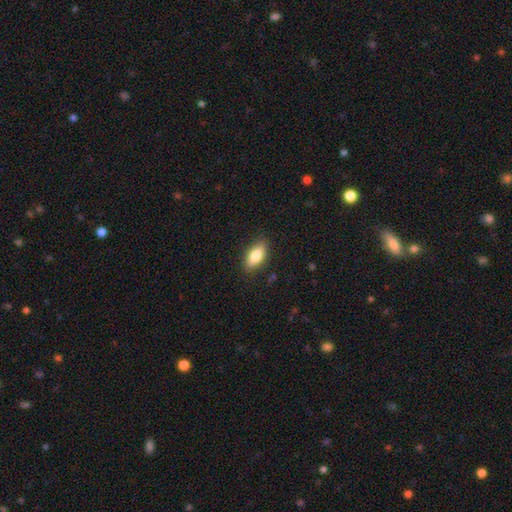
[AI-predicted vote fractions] The model was most divided on "smooth or featured": smooth: 82%, featured or disk: 11%, star or artifact: 7%. More confident: merging — none (86%); how rounded — in between (86%).